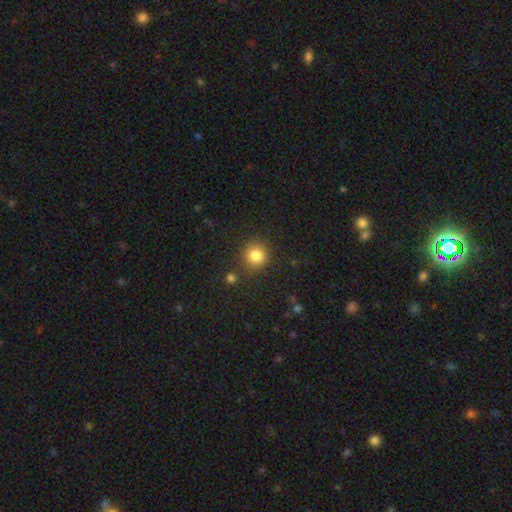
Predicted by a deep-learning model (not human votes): smooth-or-featured: smooth: 83% | star or artifact: 12% | featured or disk: 5%
  how-rounded: round: 91% | in between: 8% | cigar-shaped: 1%
  merging: none: 84% | minor disturbance: 9% | merger: 4% | major disturbance: 3%